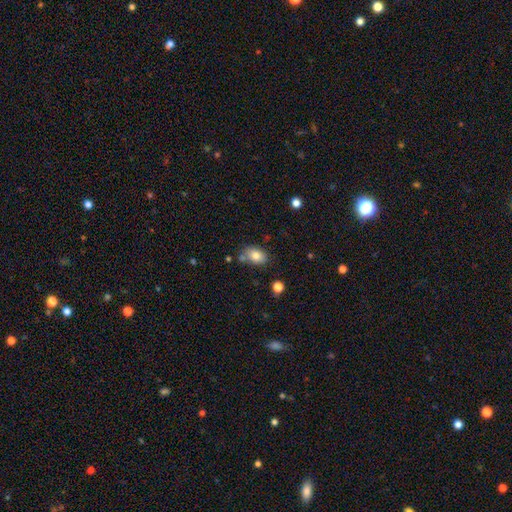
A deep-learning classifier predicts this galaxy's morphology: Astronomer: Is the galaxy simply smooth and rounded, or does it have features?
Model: smooth — 81%.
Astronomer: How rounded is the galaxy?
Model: in between — 83%.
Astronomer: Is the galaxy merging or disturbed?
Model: none — 71%.